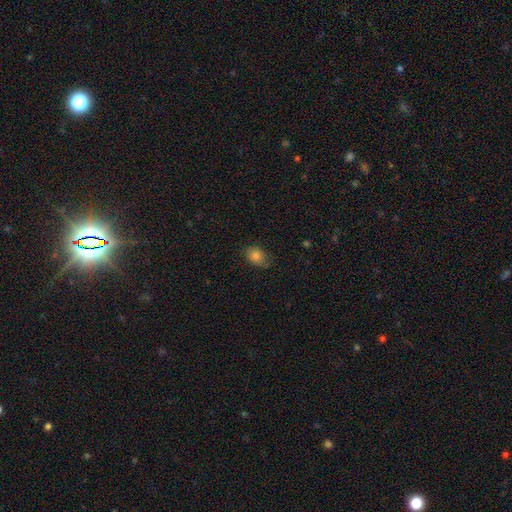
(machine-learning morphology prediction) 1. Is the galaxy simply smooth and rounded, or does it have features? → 79% smooth, 11% featured or disk, 10% star or artifact.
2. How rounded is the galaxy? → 62% in between, 37% round, 1% cigar-shaped.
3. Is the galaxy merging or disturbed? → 69% none, 24% minor disturbance, 6% major disturbance, 1% merger.